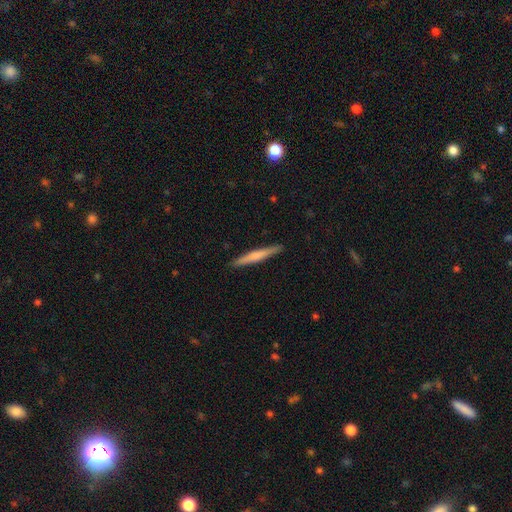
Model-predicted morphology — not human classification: type=smooth (55%); roundness=cigar-shaped (96%); merging=none (91%).